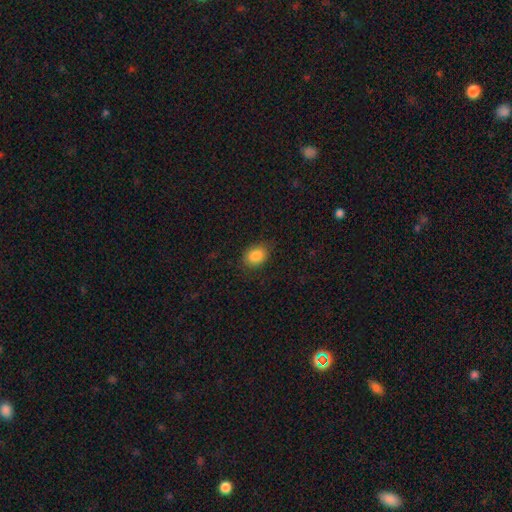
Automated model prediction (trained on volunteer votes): smooth 86%, star or artifact 9%, featured or disk 5%. Down the decision tree: how rounded — in between (73%); merging — none (81%).